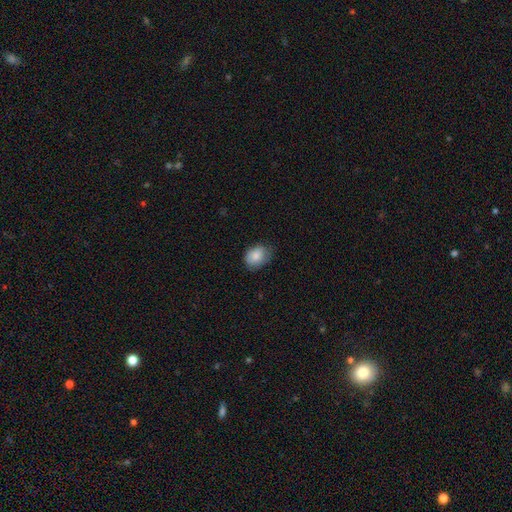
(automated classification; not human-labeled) Smooth or featured? Predicted: smooth (p=0.83). How rounded? Predicted: in between (p=0.68). Merging? Predicted: none (p=0.68).